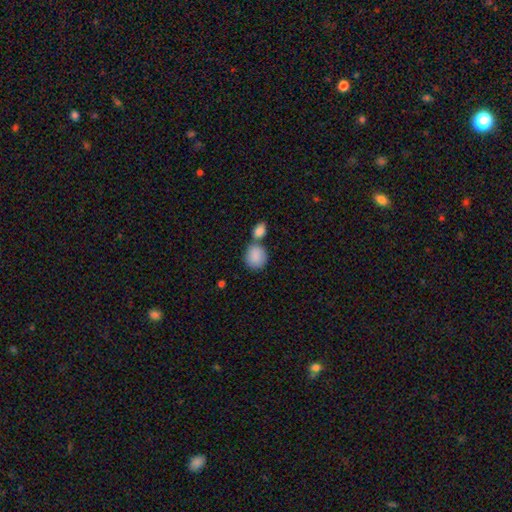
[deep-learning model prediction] A smooth galaxy with no disk features (88%) that is round (70%). Merging: none (49%).